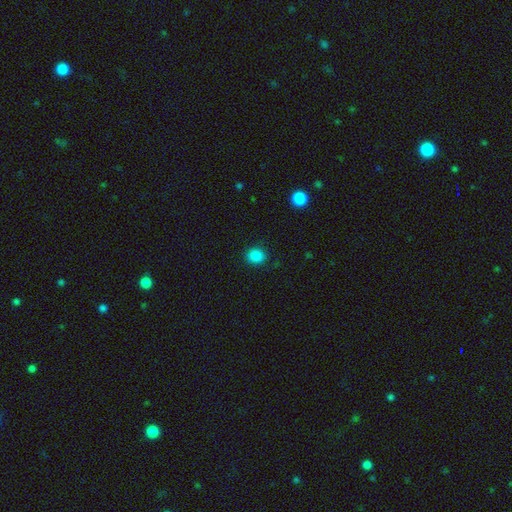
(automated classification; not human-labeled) smooth 86%, star or artifact 11%, featured or disk 3%. Down the decision tree: how rounded — round (74%); merging — none (89%).